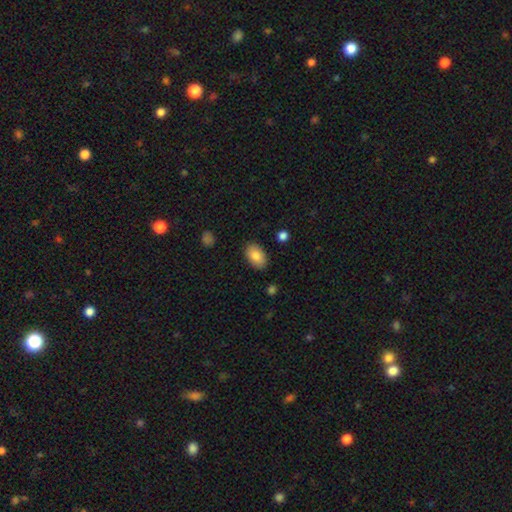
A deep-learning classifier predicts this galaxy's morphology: Overall: smooth (85%). How rounded: in between (91%). Merging: none (87%).